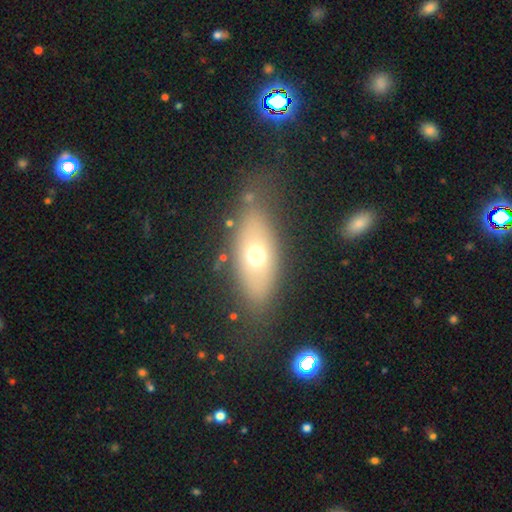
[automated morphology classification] This appears to be a smooth galaxy with no disk features (62%) that is in between round and cigar-shaped (75%). Merging: none (73%).